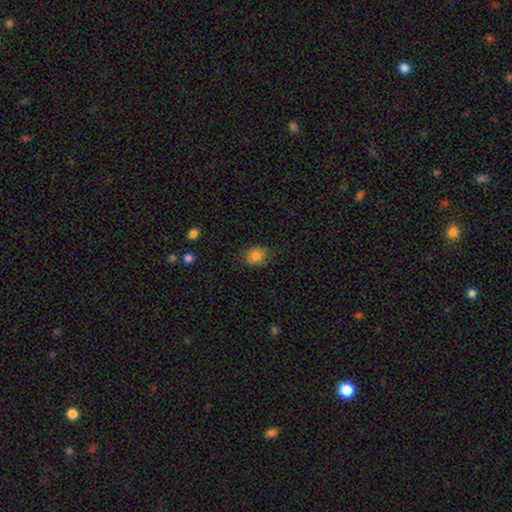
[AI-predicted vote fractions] A smooth galaxy with no disk features (83%) that is in between round and cigar-shaped (52%). Merging: none (83%).